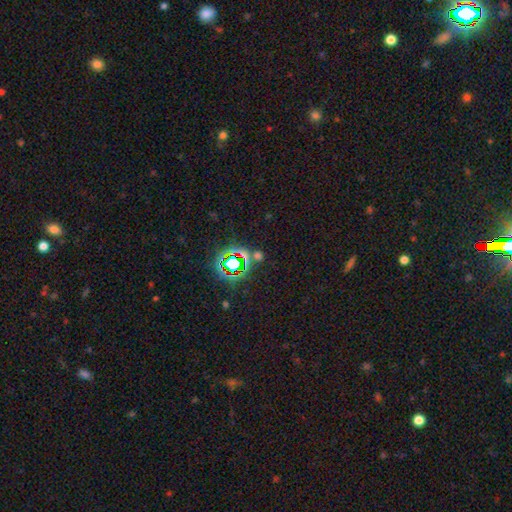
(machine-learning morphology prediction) smooth-or-featured: star or artifact: 72% | smooth: 19% | featured or disk: 9%